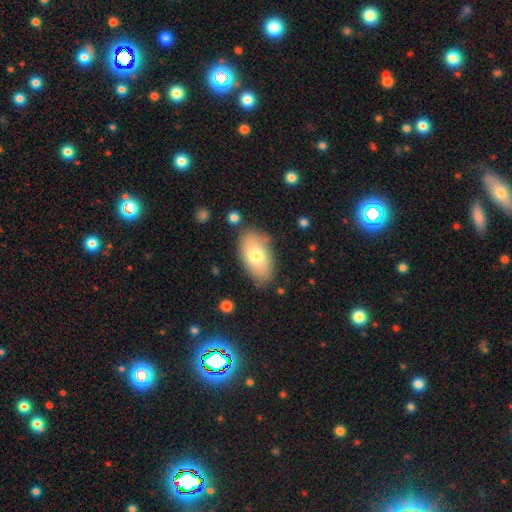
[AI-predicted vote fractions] Morphology: type=smooth (71%); roundness=in between (93%); merging=none (78%).